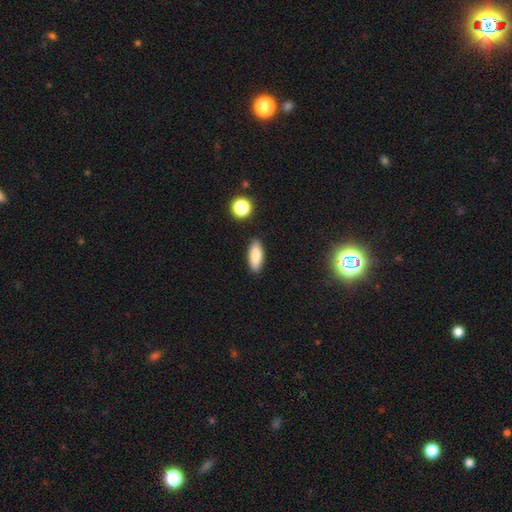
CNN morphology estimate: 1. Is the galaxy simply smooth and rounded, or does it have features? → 86% smooth, 8% star or artifact, 6% featured or disk.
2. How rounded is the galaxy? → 79% in between, 18% cigar-shaped, 3% round.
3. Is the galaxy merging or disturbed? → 86% none, 10% minor disturbance, 2% major disturbance, 2% merger.